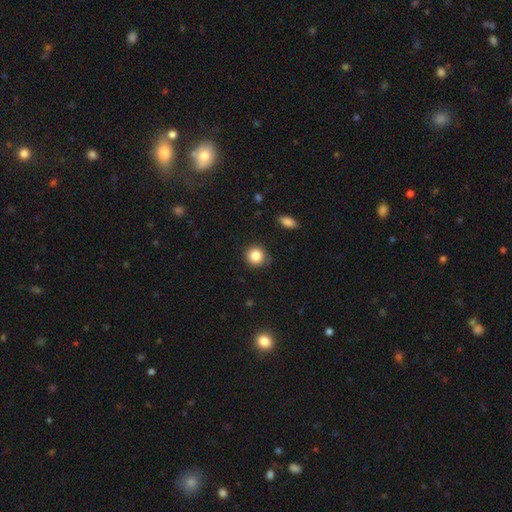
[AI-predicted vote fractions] This is clearly a smooth galaxy (85%). How rounded: clearly round (89%). Merging: clearly none (83%).